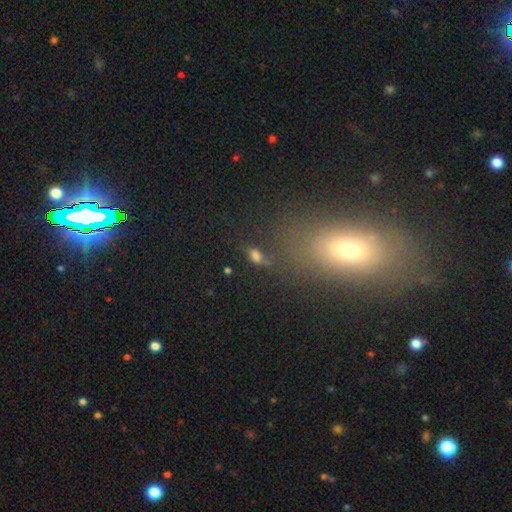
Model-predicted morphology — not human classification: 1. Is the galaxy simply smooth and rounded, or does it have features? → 64% smooth, 22% star or artifact, 14% featured or disk.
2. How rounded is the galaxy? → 77% in between, 15% round, 8% cigar-shaped.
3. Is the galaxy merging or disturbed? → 50% none, 21% minor disturbance, 19% major disturbance, 10% merger.